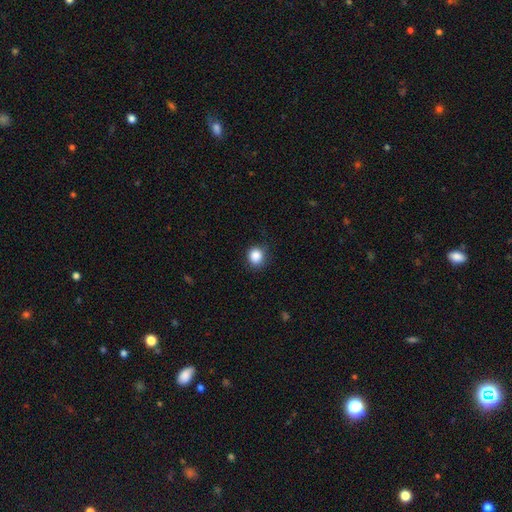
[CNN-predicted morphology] A smooth galaxy with no disk features (87%) that is round (82%).

Vote fractions:
- Smooth or featured? smooth: 87% / star or artifact: 10% / featured or disk: 3%
- How rounded? round: 82% / in between: 17% / cigar-shaped: 1%
- Merging? none: 82% / minor disturbance: 14% / major disturbance: 3% / merger: 1%